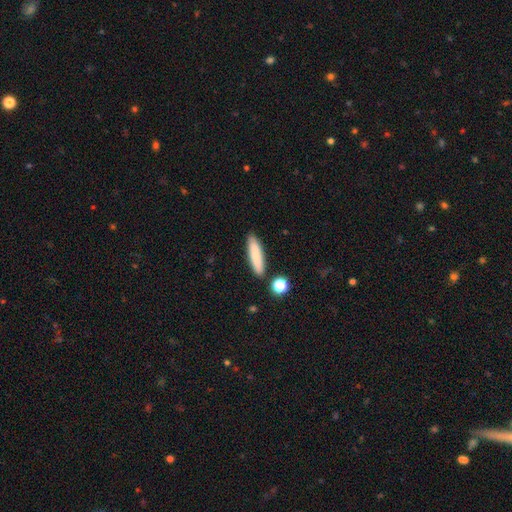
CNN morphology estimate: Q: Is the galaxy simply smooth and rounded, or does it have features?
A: smooth — 83%.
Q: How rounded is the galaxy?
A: cigar-shaped — 76%.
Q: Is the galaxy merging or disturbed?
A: none — 85%.